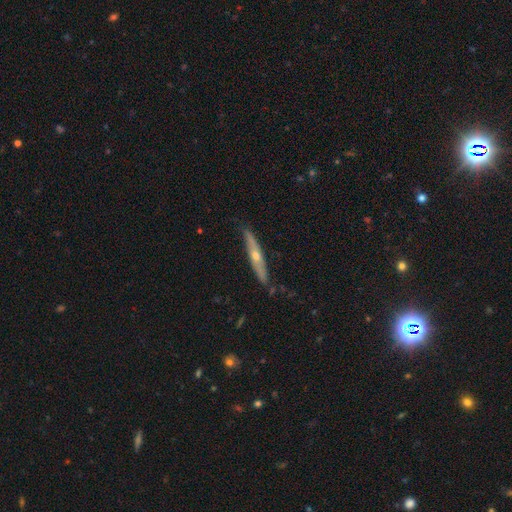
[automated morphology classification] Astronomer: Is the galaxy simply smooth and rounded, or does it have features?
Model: featured or disk — 63%.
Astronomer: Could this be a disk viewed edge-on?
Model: yes — 88%.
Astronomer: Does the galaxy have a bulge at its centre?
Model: rounded — 85%.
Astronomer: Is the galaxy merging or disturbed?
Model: none — 83%.